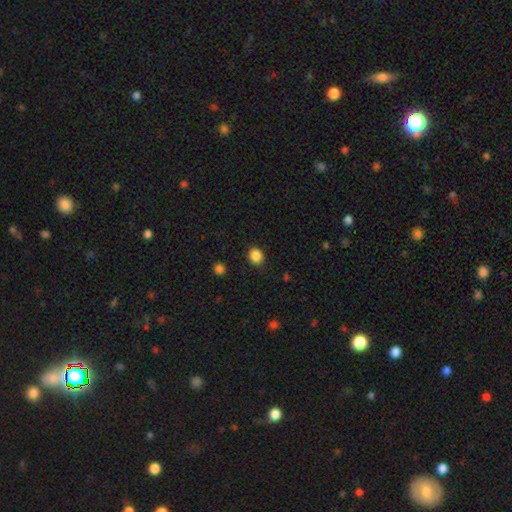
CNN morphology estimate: Overall: smooth (86%). How rounded: round (71%). Merging: none (89%).